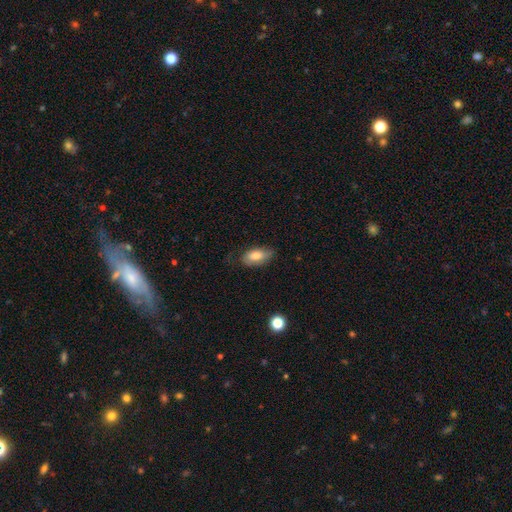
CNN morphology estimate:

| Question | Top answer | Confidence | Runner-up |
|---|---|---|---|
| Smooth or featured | smooth | 76% | featured or disk (17%) |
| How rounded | in between | 91% | cigar-shaped (5%) |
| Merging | none | 66% | minor disturbance (25%) |